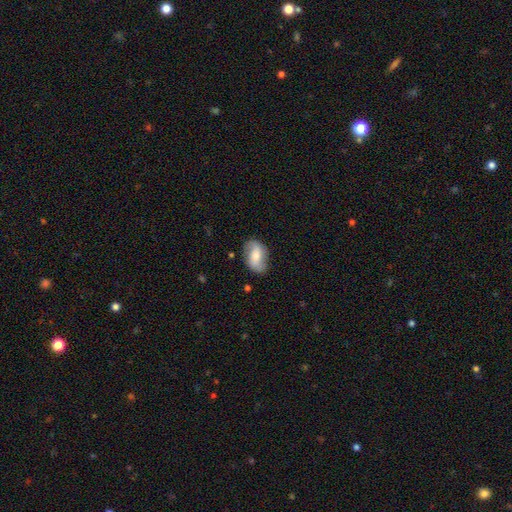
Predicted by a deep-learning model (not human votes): Smooth or featured? Predicted: featured or disk (p=0.50). Edge-on disk? Predicted: no (p=0.95). Merging? Predicted: none (p=0.77).